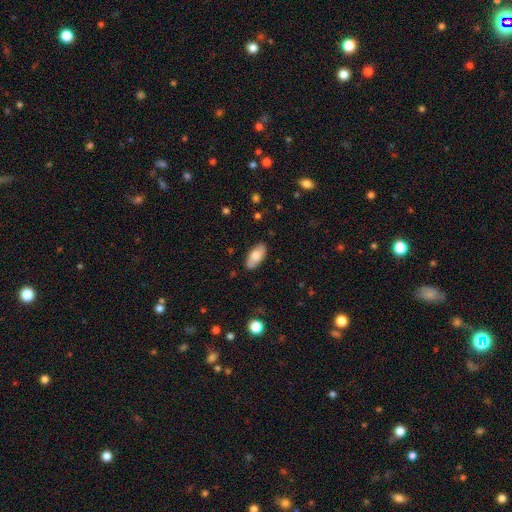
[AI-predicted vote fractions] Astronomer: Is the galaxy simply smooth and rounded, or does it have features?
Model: smooth — 72%.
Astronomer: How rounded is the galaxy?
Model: in between — 89%.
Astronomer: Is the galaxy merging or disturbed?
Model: none — 85%.